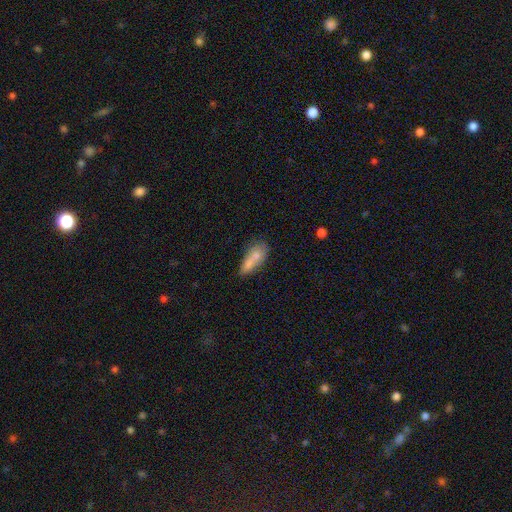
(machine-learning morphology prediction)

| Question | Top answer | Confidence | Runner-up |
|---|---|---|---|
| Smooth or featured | smooth | 60% | featured or disk (25%) |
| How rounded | in between | 66% | cigar-shaped (23%) |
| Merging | none | 40% | merger (39%) |